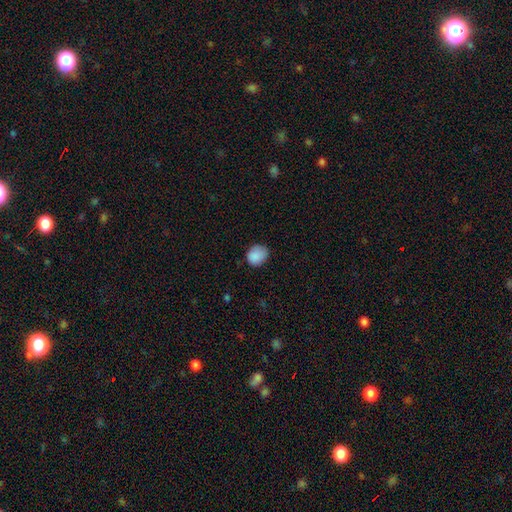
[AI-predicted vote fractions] smooth-or-featured: smooth: 88% | star or artifact: 8% | featured or disk: 4%
  how-rounded: round: 70% | in between: 29% | cigar-shaped: 1%
  merging: none: 74% | minor disturbance: 21% | major disturbance: 4% | merger: 1%